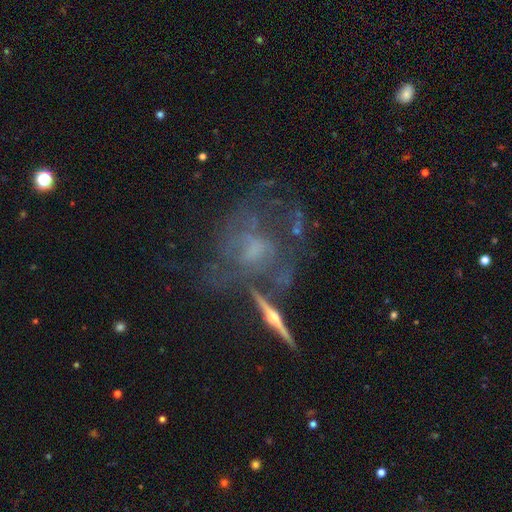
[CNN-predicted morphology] Smooth or featured?
  - featured or disk: 59% *
  - star or artifact: 25%
  - smooth: 16%
Edge-on disk?
  - no: 92% *
  - yes: 8%
Bar?
  - no: 72% *
  - weak: 21%
  - strong: 7%
Spiral arms?
  - yes: 69% *
  - no: 31%
Bulge size?
  - small: 60% *
  - moderate: 27%
  - none: 7%
  - large: 4%
  - dominant: 2%
Merging?
  - none: 47% *
  - merger: 22%
  - minor disturbance: 16%
  - major disturbance: 15%